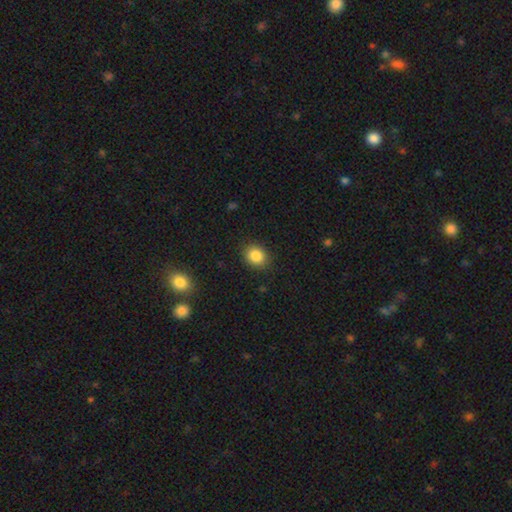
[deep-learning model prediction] Smooth or featured: smooth — 86% (star or artifact — 9%)
How rounded: round — 59% (in between — 40%)
Merging: none — 87% (minor disturbance — 9%)